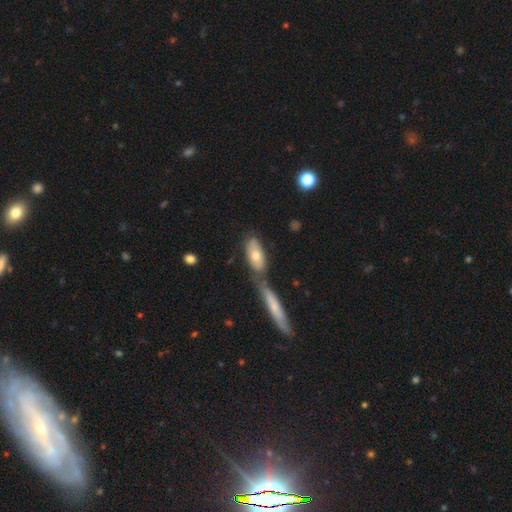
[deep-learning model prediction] Overall: smooth (64%; featured or disk 30%). How rounded: in between (71%). Merging: none (44%; merger 39%).